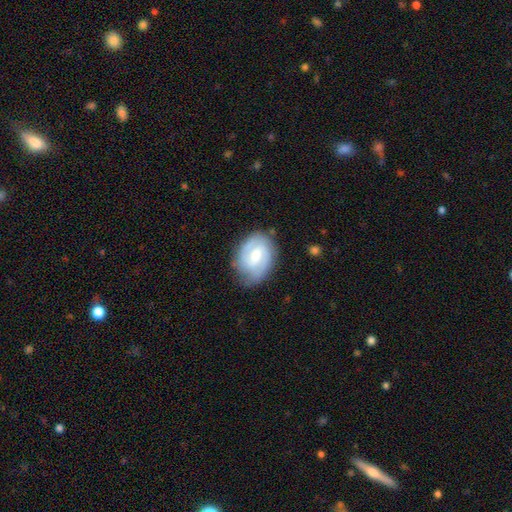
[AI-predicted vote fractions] A featured or disk galaxy (70%) with a weak bar (57%), 2 (70%) tight (46%) spiral arms (90%) and a moderate central bulge (58%).

Vote fractions:
- Smooth or featured? featured or disk: 70% / smooth: 24% / star or artifact: 6%
- Edge-on disk? no: 97% / yes: 3%
- Bar? weak: 57% / no: 27% / strong: 15%
- Spiral arms? yes: 90% / no: 10%
- Spiral winding? tight: 46% / medium: 41% / loose: 13%
- Spiral arm count? 2: 70% / can't tell: 17% / 3: 7% / 1: 3% / 4: 2% / more than 4: 1%
- Bulge size? moderate: 58% / small: 35% / large: 4% / none: 2% / dominant: 1%
- Merging? none: 73% / minor disturbance: 20% / major disturbance: 5% / merger: 1%